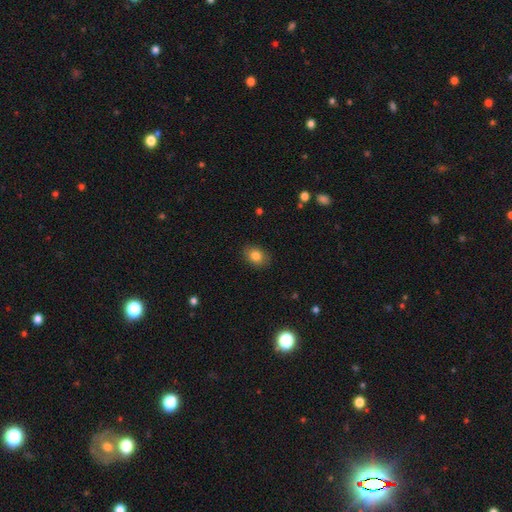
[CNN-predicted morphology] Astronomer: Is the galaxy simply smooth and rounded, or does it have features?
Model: smooth — 82%.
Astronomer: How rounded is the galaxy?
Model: in between — 64%.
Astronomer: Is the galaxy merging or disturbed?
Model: none — 87%.